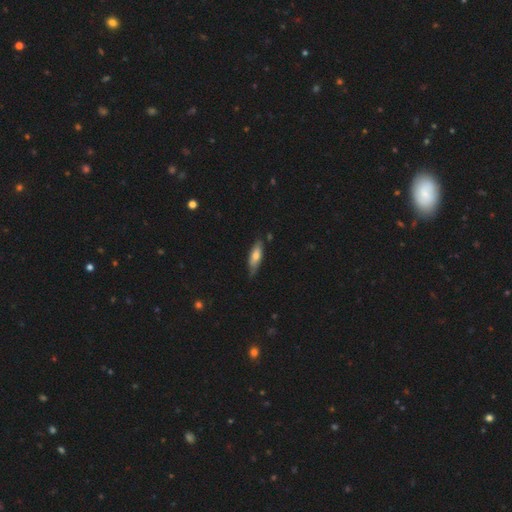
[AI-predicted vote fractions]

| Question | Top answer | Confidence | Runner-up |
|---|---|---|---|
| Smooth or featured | smooth | 63% | featured or disk (31%) |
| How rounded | in between | 50% | cigar-shaped (48%) |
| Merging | none | 71% | minor disturbance (24%) |